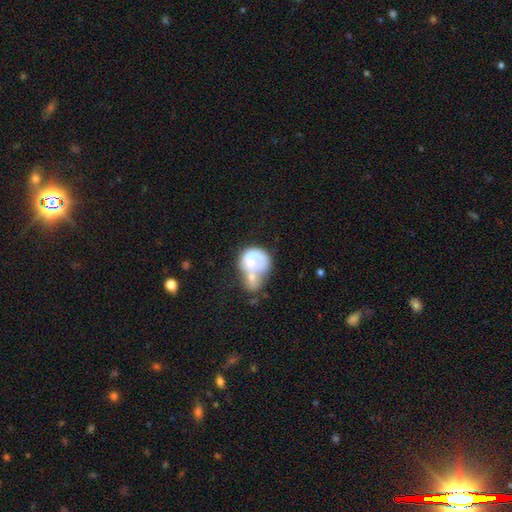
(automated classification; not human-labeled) Smooth or featured? Predicted: featured or disk (p=0.52). Edge-on disk? Predicted: no (p=0.98). Bar? Predicted: no (p=0.86). Spiral arms? Predicted: no (p=0.80). Bulge size? Predicted: moderate (p=0.43). Merging? Predicted: merger (p=0.62).